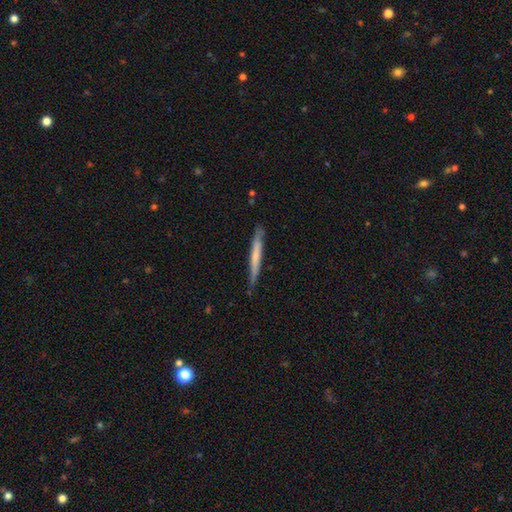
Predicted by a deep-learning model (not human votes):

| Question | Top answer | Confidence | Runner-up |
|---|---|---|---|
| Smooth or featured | smooth | 53% | featured or disk (41%) |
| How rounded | cigar-shaped | 96% | in between (2%) |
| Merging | none | 82% | minor disturbance (15%) |